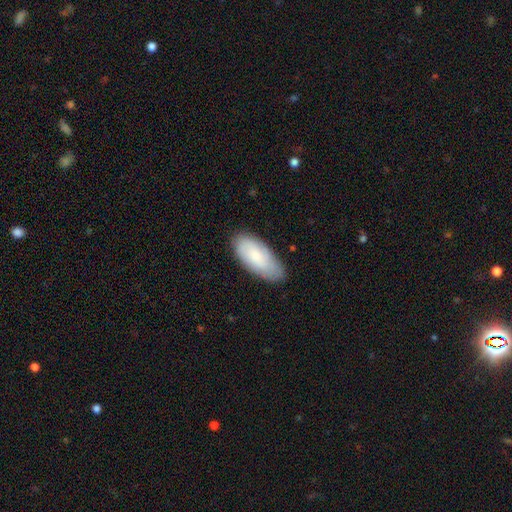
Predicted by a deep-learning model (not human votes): This appears to be a smooth galaxy with no disk features (74%) that is in between round and cigar-shaped (88%). Merging: none (78%).